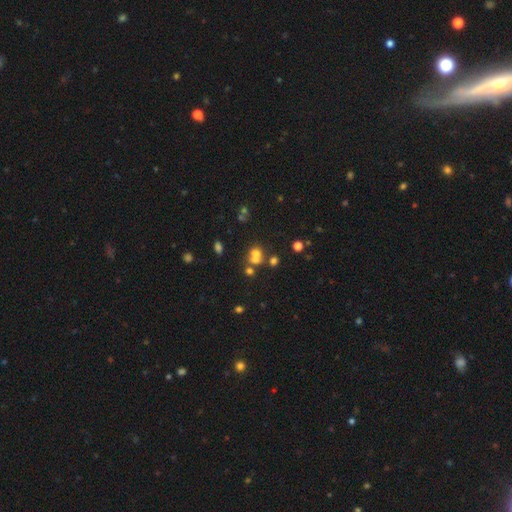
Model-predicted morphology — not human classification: Smooth or featured? smooth (58%)
How rounded? round (72%)
Merging? merger (47%)